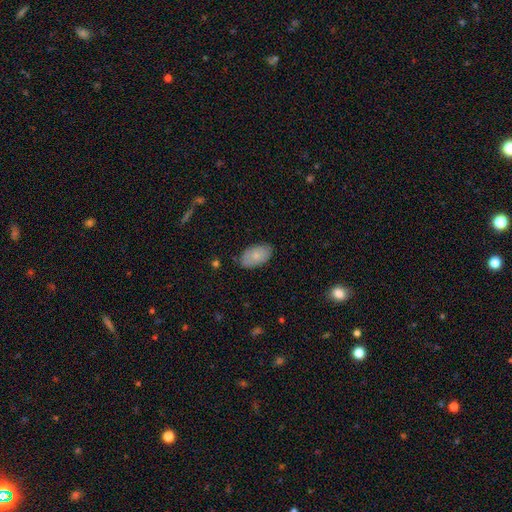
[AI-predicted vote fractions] The model was most divided on "smooth or featured": smooth: 78%, featured or disk: 15%, star or artifact: 6%. More confident: how rounded — in between (93%); merging — none (82%).